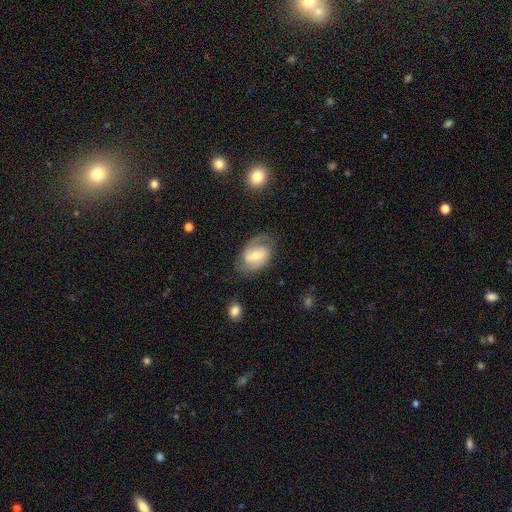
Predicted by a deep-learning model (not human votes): The model was most divided on "bar": weak: 46%, no: 36%, strong: 18%. Remaining: edge-on disk — no (96%); spiral arms — yes (82%); spiral arm count — 2 (69%); smooth or featured — featured or disk (65%); merging — none (64%); bulge size — moderate (60%); spiral winding — medium (45%).